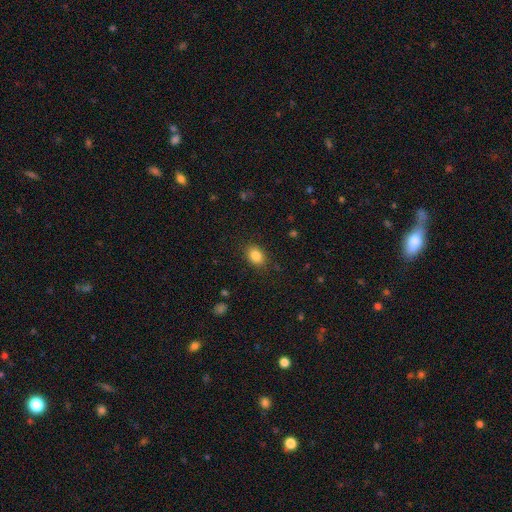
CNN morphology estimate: smooth 85%, star or artifact 10%, featured or disk 6%. Down the decision tree: how rounded — in between (69%); merging — none (86%).